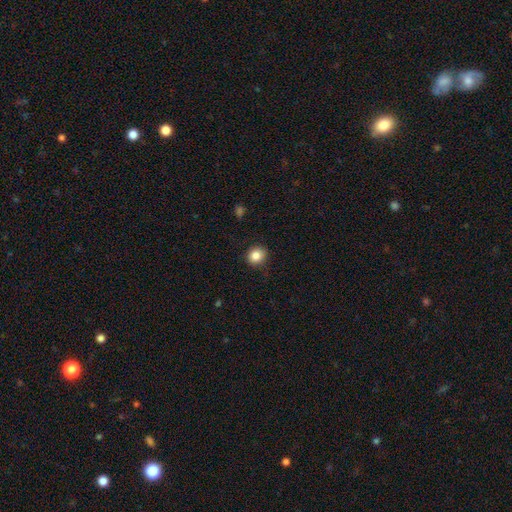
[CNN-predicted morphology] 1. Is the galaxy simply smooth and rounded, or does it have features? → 84% smooth, 10% star or artifact, 6% featured or disk.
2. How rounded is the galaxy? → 82% round, 17% in between, 1% cigar-shaped.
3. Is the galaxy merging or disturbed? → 88% none, 9% minor disturbance, 2% major disturbance, 1% merger.